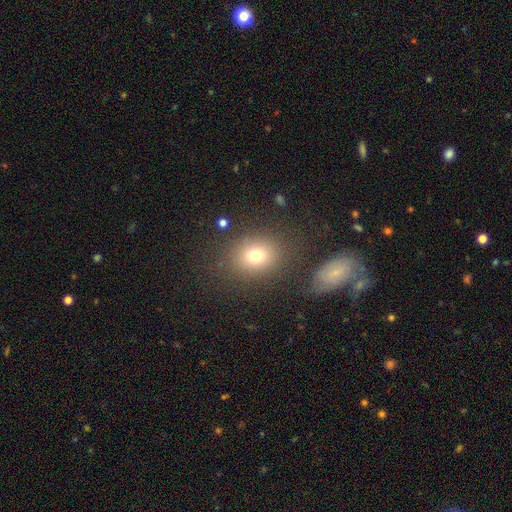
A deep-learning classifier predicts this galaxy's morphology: smooth_or_featured: smooth (p=0.73) [alt: star or artifact p=0.15]
how_rounded: round (p=0.60) [alt: in between p=0.39]
merging: none (p=0.79) [alt: minor disturbance p=0.10]